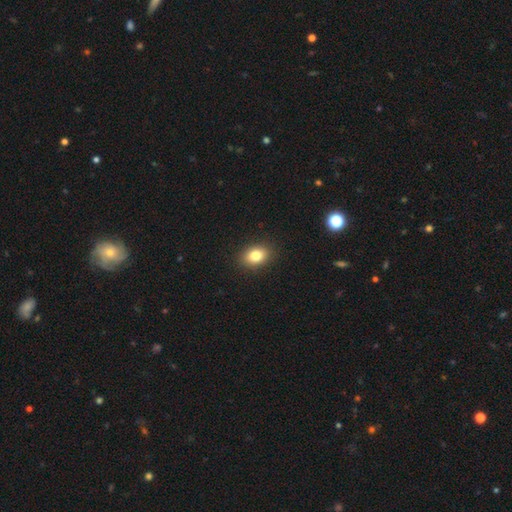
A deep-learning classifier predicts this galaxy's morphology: Smooth or featured?
  - smooth: 82% *
  - star or artifact: 10%
  - featured or disk: 8%
How rounded?
  - in between: 72% *
  - round: 27%
  - cigar-shaped: 1%
Merging?
  - none: 89% *
  - minor disturbance: 8%
  - major disturbance: 2%
  - merger: 1%